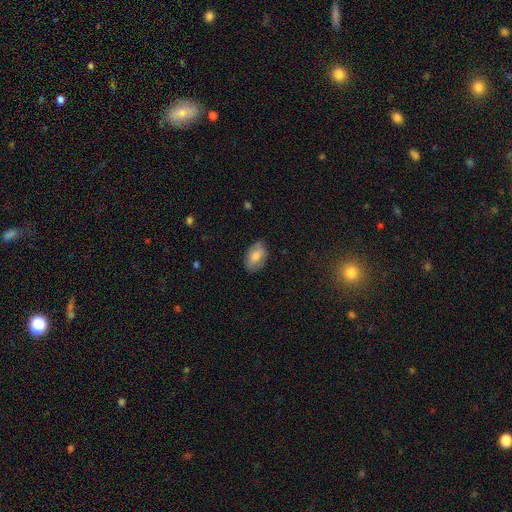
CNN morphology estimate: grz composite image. It shows a smooth galaxy with no disk features (68%) that is in between round and cigar-shaped (89%). Merging: none (78%).